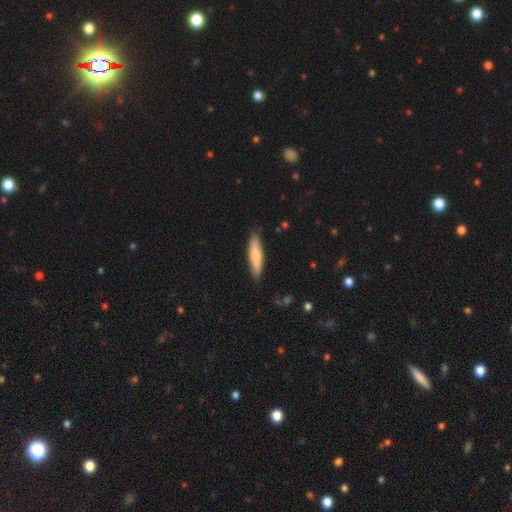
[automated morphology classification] Q: Smooth or featured?
A: smooth (68%); runner-up: featured or disk (27%)
Q: How rounded?
A: cigar-shaped (78%); runner-up: in between (20%)
Q: Merging?
A: none (87%); runner-up: minor disturbance (10%)